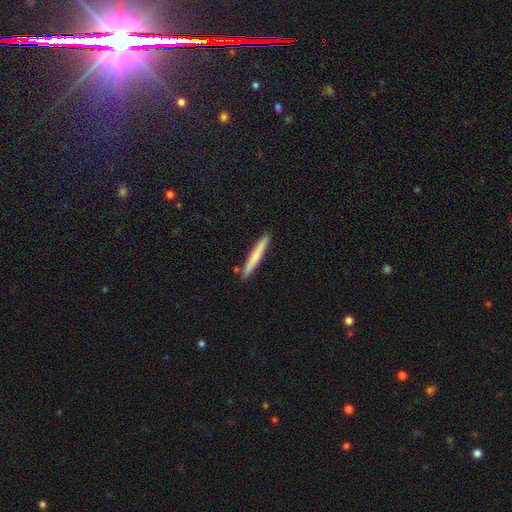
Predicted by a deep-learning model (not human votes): A smooth galaxy with no disk features (67%) that is cigar-shaped (96%). Merging: none (90%).